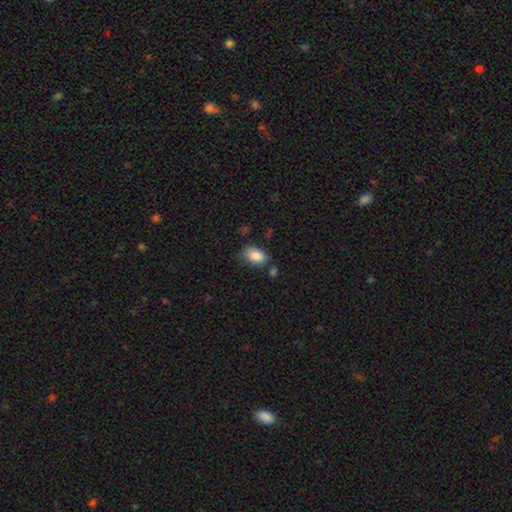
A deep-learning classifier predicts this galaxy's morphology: This appears to be a smooth galaxy with no disk features (87%) that is in between round and cigar-shaped (89%). Merging: none (68%).